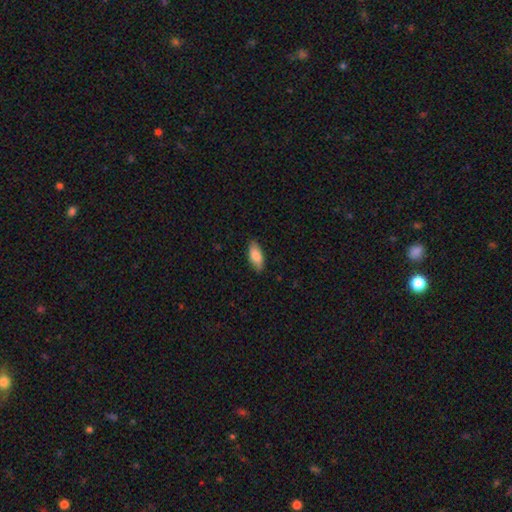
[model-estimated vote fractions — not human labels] Smooth or featured: smooth — 83% (featured or disk — 11%)
How rounded: in between — 83% (cigar-shaped — 15%)
Merging: none — 85% (minor disturbance — 12%)